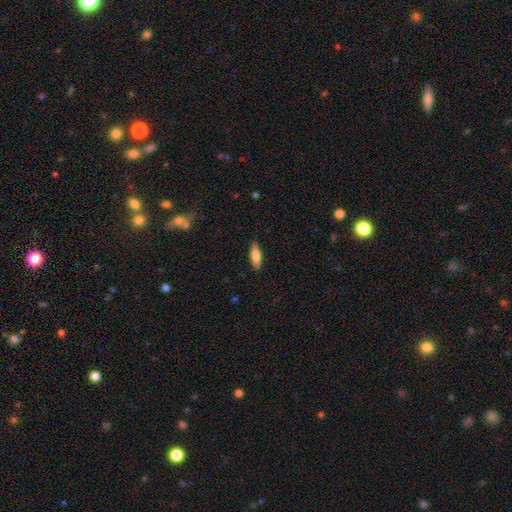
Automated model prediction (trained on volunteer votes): Q: Smooth or featured?
A: smooth (72%); runner-up: featured or disk (22%)
Q: How rounded?
A: in between (50%); runner-up: cigar-shaped (48%)
Q: Merging?
A: none (87%); runner-up: minor disturbance (10%)